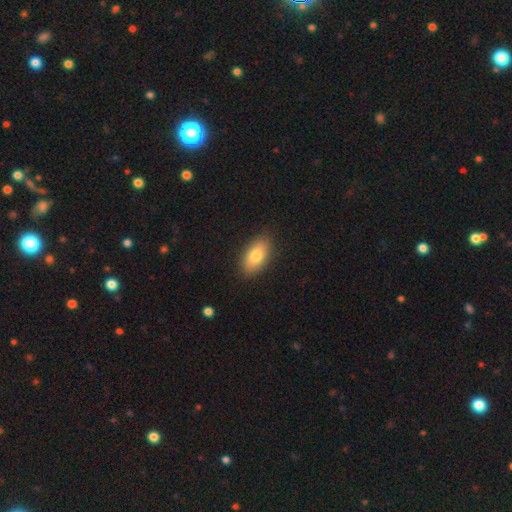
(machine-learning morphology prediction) type=smooth (79%); roundness=in between (91%); merging=none (88%).